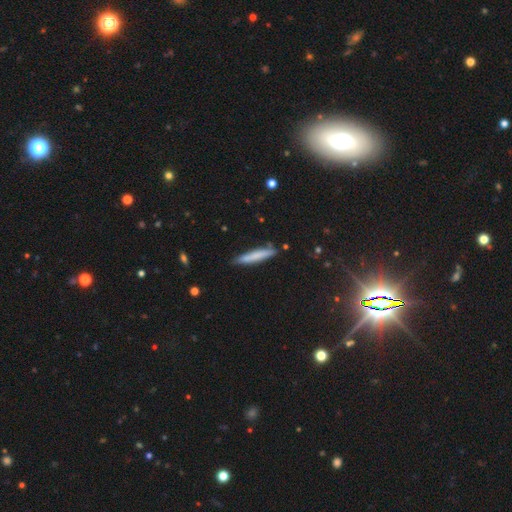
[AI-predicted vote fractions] A smooth galaxy with no disk features (72%) that is cigar-shaped (93%).

Vote fractions:
- Smooth or featured? smooth: 72% / featured or disk: 22% / star or artifact: 6%
- How rounded? cigar-shaped: 93% / in between: 5% / round: 1%
- Merging? none: 82% / minor disturbance: 14% / major disturbance: 2% / merger: 2%